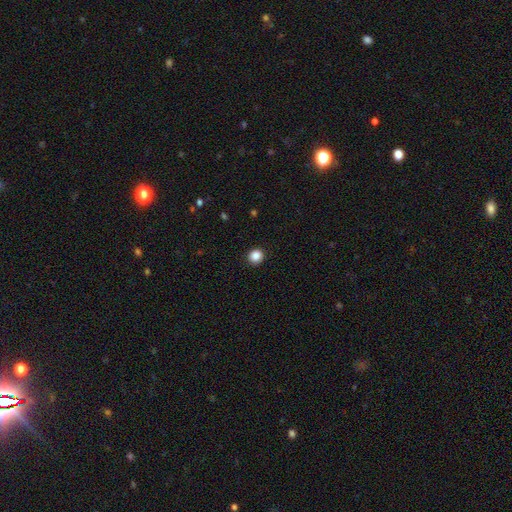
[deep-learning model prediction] smooth 86%, star or artifact 10%, featured or disk 3%. Down the decision tree: how rounded — round (90%); merging — none (92%).